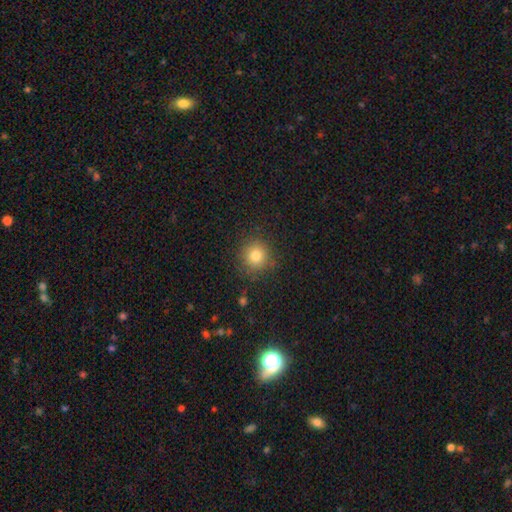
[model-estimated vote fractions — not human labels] A smooth galaxy with no disk features (80%) that is round (93%).

Vote fractions:
- Smooth or featured? smooth: 80% / star or artifact: 13% / featured or disk: 7%
- How rounded? round: 93% / in between: 6% / cigar-shaped: 1%
- Merging? none: 87% / minor disturbance: 9% / major disturbance: 3% / merger: 1%